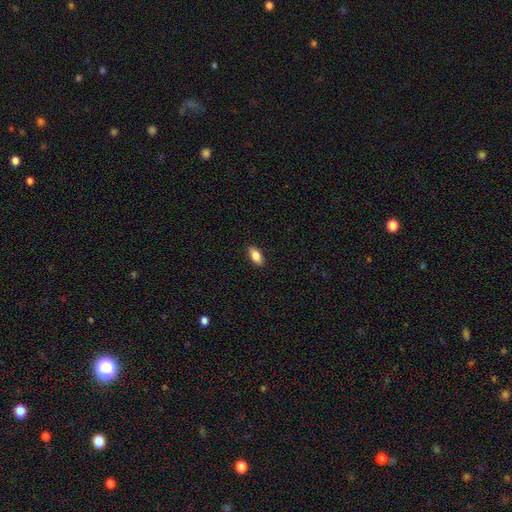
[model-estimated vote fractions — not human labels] Morphology: type=smooth (84%); roundness=in between (90%); merging=none (89%).